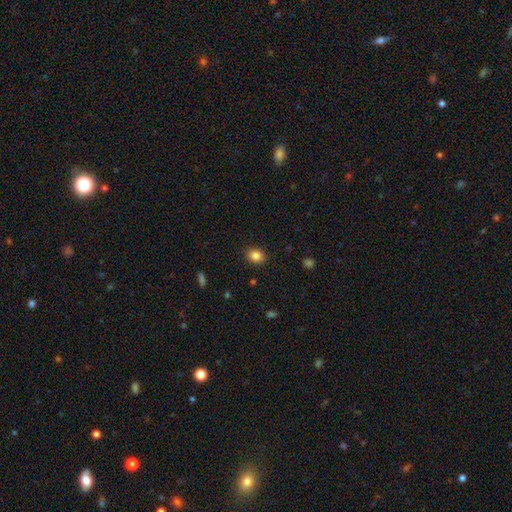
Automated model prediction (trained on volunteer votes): Morphology: type=smooth (85%); roundness=in between (59%); merging=none (88%).